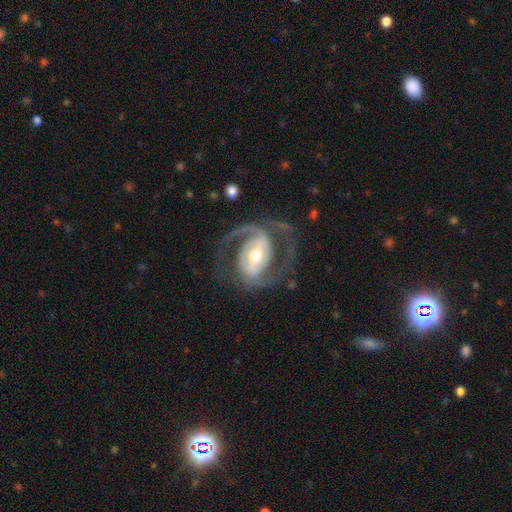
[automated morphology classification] A featured or disk galaxy (91%) with a strong bar (45%), 2 (90%) medium (57%) spiral arms (96%) and a moderate central bulge (67%). Merging: none (73%).